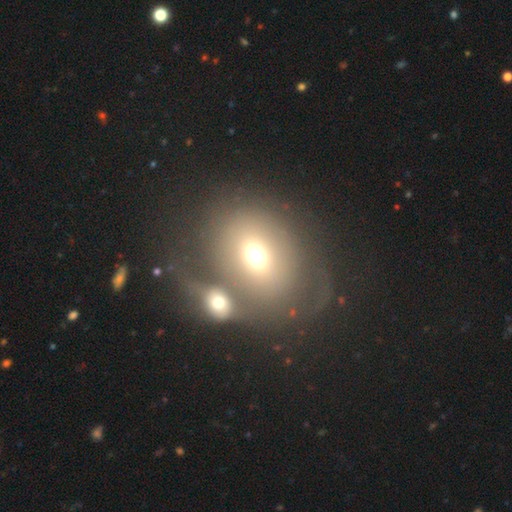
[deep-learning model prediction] This appears to be a smooth galaxy with no disk features (62%) that is round (50%). Merging: merger (45%).